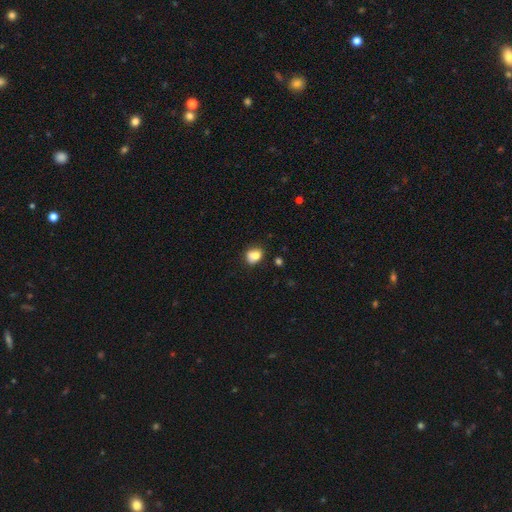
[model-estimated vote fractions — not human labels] Smooth or featured: smooth — 77% (featured or disk — 13%)
How rounded: in between — 52% (round — 47%)
Merging: none — 51% (merger — 21%)